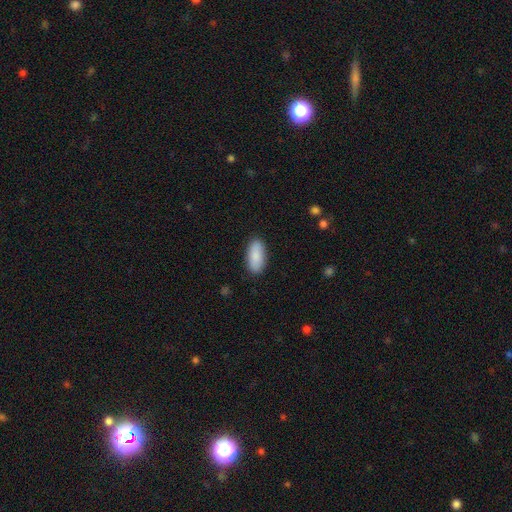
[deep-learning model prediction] smooth-or-featured: smooth: 89% | star or artifact: 6% | featured or disk: 6%
  how-rounded: in between: 88% | cigar-shaped: 10% | round: 2%
  merging: none: 88% | minor disturbance: 9% | major disturbance: 2% | merger: 1%